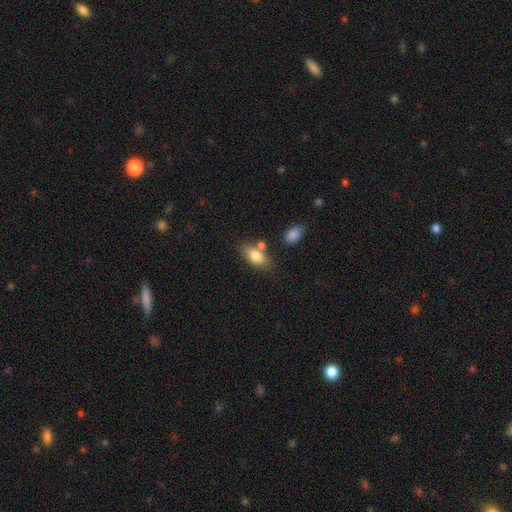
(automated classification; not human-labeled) Overall: smooth (79%). How rounded: in between (85%). Merging: none (65%).